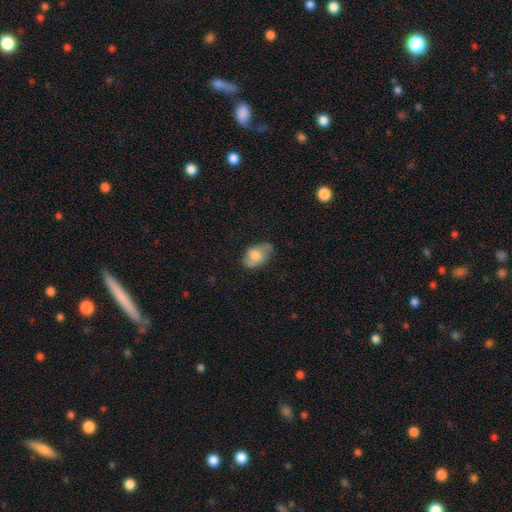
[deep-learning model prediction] A smooth galaxy with no disk features (65%) that is in between round and cigar-shaped (89%). Merging: none (62%).